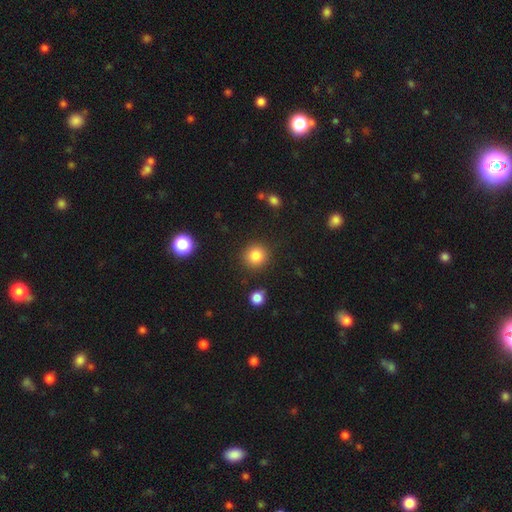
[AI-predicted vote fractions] This is clearly a smooth galaxy (85%). How rounded: clearly round (91%). Merging: clearly none (89%).